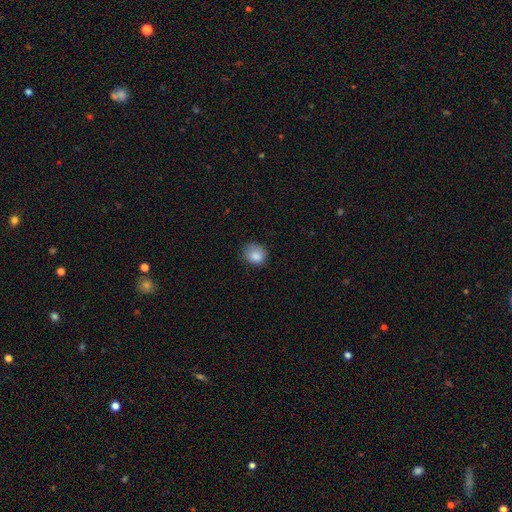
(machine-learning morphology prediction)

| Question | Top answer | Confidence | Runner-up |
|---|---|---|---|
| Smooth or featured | smooth | 86% | star or artifact (9%) |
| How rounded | round | 66% | in between (33%) |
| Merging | none | 71% | minor disturbance (22%) |